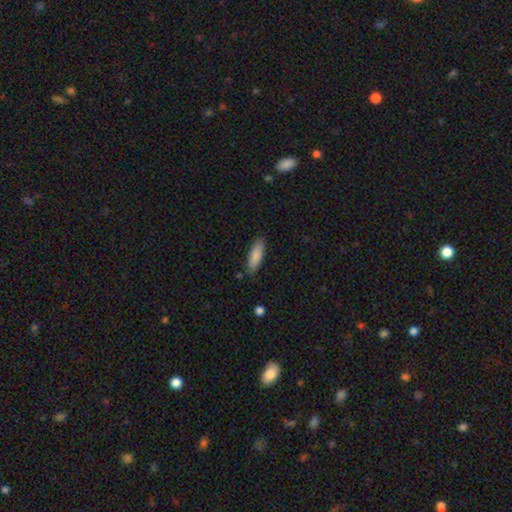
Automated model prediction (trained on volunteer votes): A smooth galaxy with no disk features (84%) that is in between round and cigar-shaped (55%).

Vote fractions:
- Smooth or featured? smooth: 84% / featured or disk: 10% / star or artifact: 6%
- How rounded? in between: 55% / cigar-shaped: 44% / round: 2%
- Merging? none: 82% / minor disturbance: 13% / major disturbance: 2% / merger: 2%